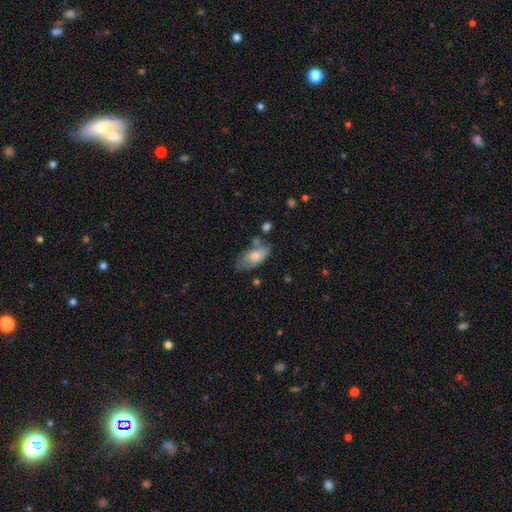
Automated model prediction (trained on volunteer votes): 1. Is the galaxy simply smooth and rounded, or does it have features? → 71% smooth, 22% featured or disk, 7% star or artifact.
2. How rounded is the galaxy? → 90% in between, 7% cigar-shaped, 3% round.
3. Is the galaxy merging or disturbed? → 43% none, 30% minor disturbance, 14% major disturbance, 13% merger.